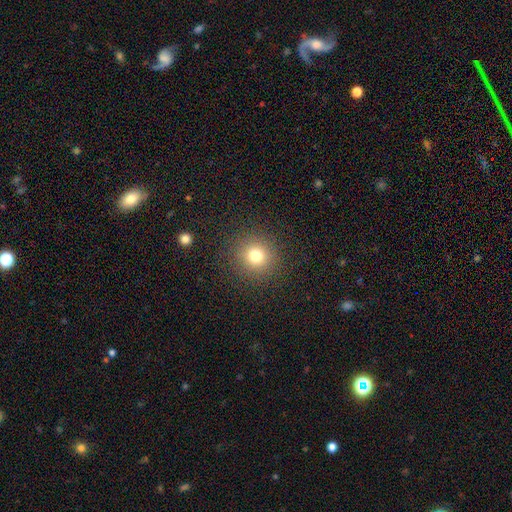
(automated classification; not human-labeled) This is likely a smooth galaxy (76%). How rounded: clearly round (93%). Merging: clearly none (90%).